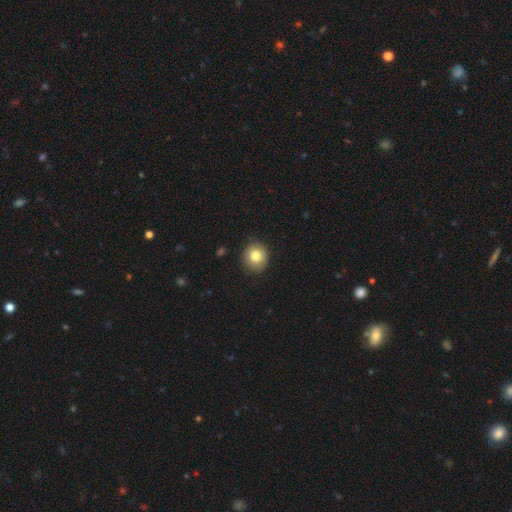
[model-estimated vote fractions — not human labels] smooth-or-featured: smooth: 81% | star or artifact: 10% | featured or disk: 9%
  how-rounded: round: 89% | in between: 10% | cigar-shaped: 1%
  merging: none: 89% | minor disturbance: 7% | major disturbance: 2% | merger: 1%